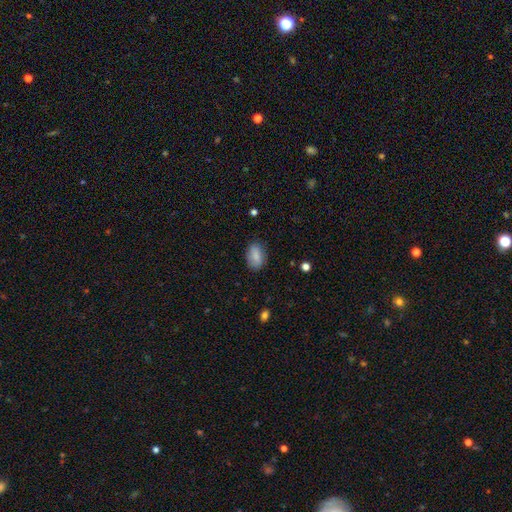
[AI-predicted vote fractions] This is clearly a smooth galaxy (81%). How rounded: clearly in between (87%). Merging: likely none (79%).